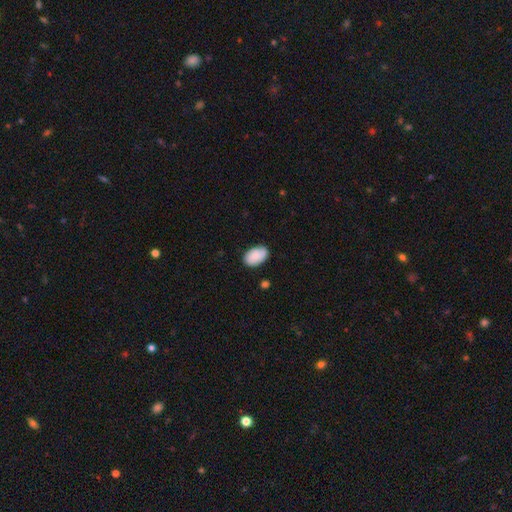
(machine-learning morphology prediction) This is likely a smooth galaxy (76%). How rounded: clearly in between (91%). Merging: likely none (75%).